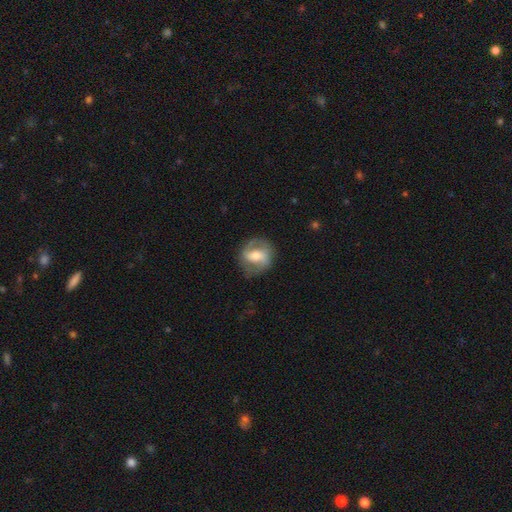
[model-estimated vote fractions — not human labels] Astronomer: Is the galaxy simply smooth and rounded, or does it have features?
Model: featured or disk — 64%.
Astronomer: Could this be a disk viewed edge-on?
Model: no — 95%.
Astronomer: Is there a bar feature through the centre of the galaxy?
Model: strong — 39% (runner-up: weak, 38%).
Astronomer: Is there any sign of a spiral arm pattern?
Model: yes — 75%.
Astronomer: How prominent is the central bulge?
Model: moderate — 63%.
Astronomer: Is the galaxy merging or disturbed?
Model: none — 76%.